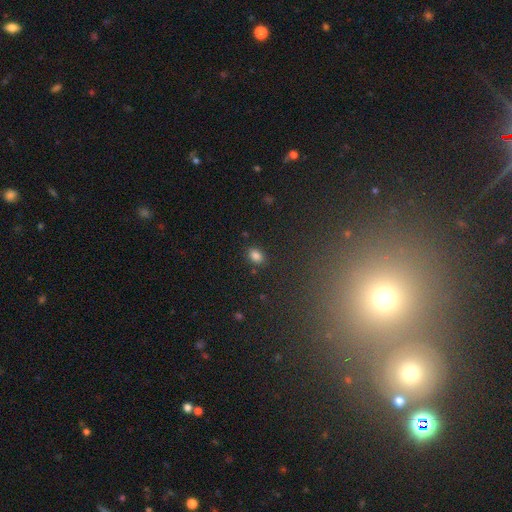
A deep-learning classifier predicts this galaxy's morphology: Smooth or featured: smooth — 84% (star or artifact — 11%)
How rounded: in between — 81% (round — 18%)
Merging: none — 86% (minor disturbance — 9%)